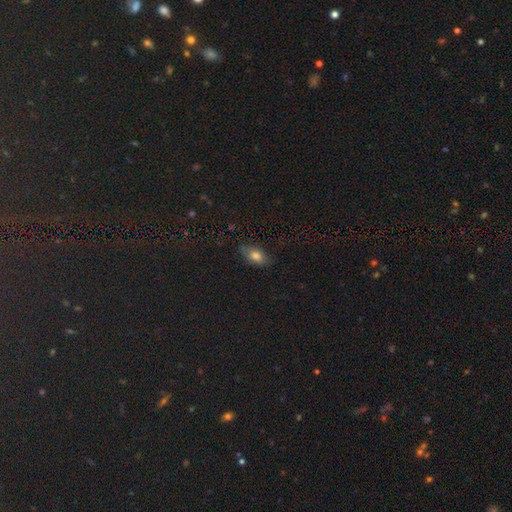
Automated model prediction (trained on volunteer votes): Overall: smooth (76%). How rounded: in between (84%). Merging: none (76%).